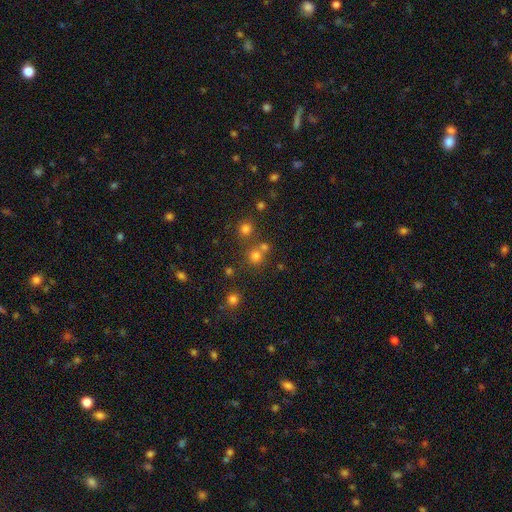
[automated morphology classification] Smooth or featured: smooth — 67% (star or artifact — 25%)
How rounded: round — 89% (in between — 10%)
Merging: none — 64% (merger — 26%)